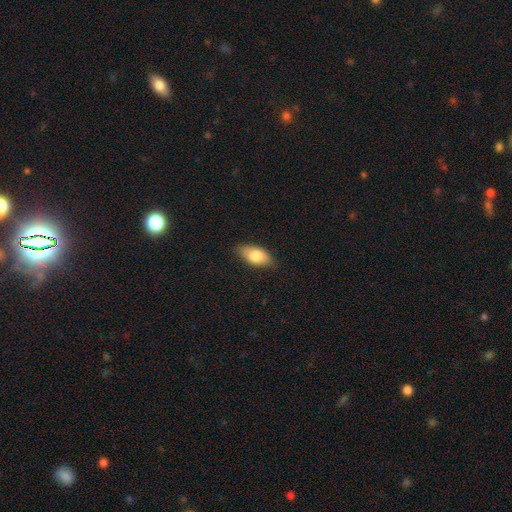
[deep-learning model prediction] Overall: smooth (80%). How rounded: in between (90%). Merging: none (81%).